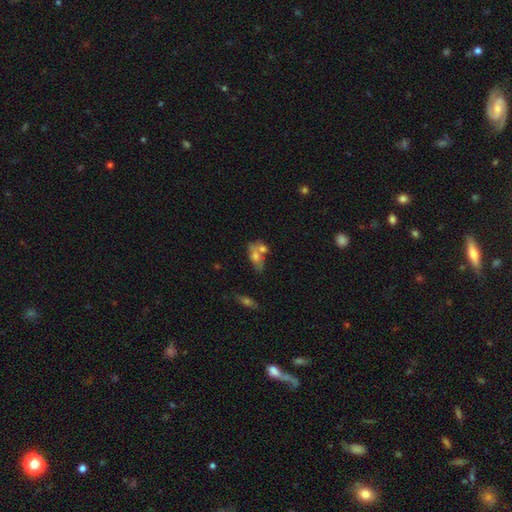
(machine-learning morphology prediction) A smooth galaxy with no disk features (62%) that is in between round and cigar-shaped (80%). Merging: merger (49%).